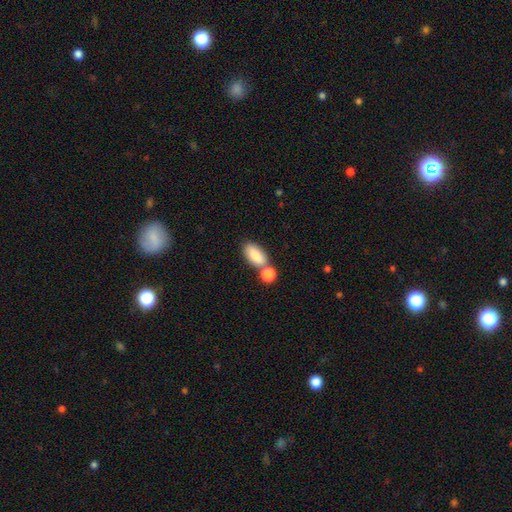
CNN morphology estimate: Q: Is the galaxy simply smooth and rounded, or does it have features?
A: smooth — 85%.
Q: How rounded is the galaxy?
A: in between — 87%.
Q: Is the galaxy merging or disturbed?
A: none — 52%.